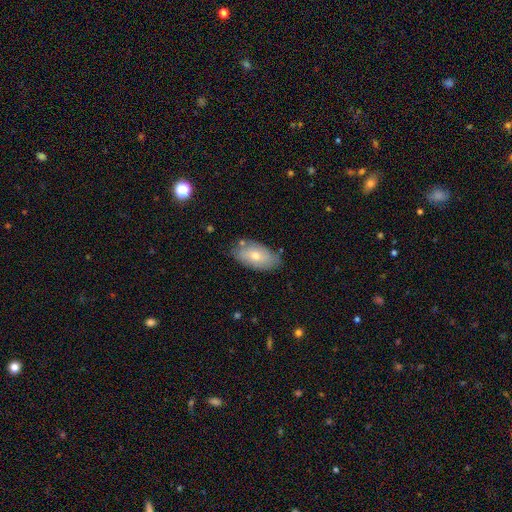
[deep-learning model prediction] The model was most divided on "smooth or featured": smooth: 68%, featured or disk: 26%, star or artifact: 6%. More confident: how rounded — in between (93%); merging — none (73%).